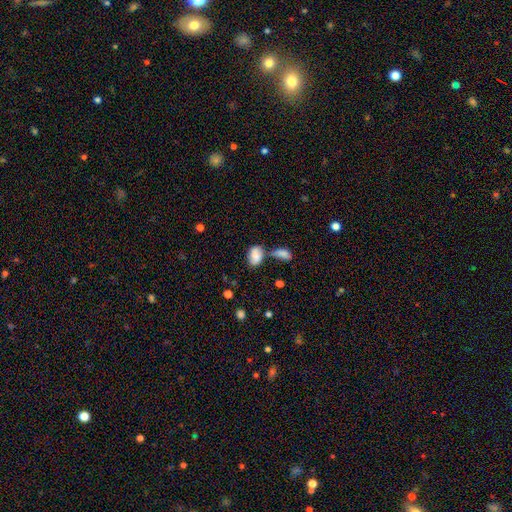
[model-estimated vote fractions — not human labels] Q: Smooth or featured?
A: smooth (74%); runner-up: featured or disk (17%)
Q: How rounded?
A: in between (85%); runner-up: round (13%)
Q: Merging?
A: merger (38%); runner-up: none (37%)